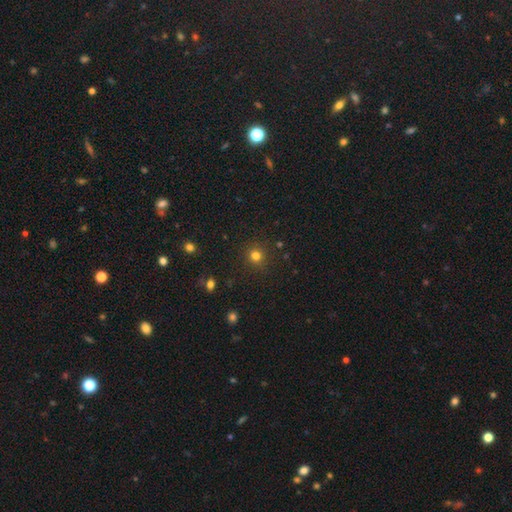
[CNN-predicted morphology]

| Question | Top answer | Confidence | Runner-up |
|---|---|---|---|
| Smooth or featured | smooth | 76% | star or artifact (18%) |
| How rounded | round | 89% | in between (10%) |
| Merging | none | 87% | minor disturbance (8%) |